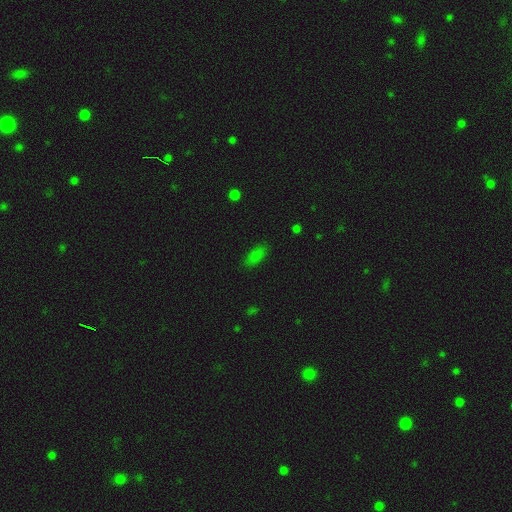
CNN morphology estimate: smooth_or_featured: smooth (p=0.81) [alt: star or artifact p=0.13]
how_rounded: in between (p=0.85) [alt: cigar-shaped p=0.12]
merging: none (p=0.83) [alt: minor disturbance p=0.12]